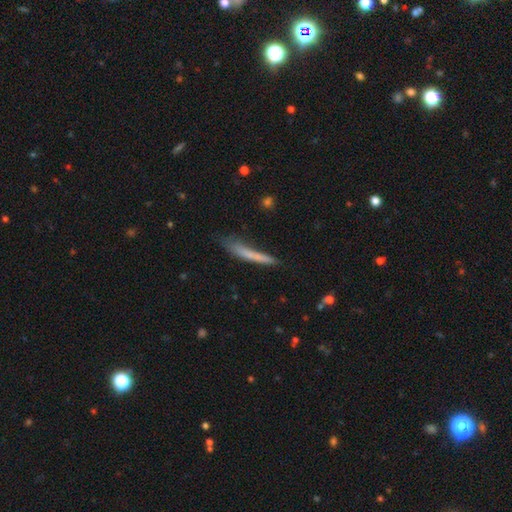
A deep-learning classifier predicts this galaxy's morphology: Smooth or featured? Predicted: smooth (p=0.68). How rounded? Predicted: cigar-shaped (p=0.95). Merging? Predicted: none (p=0.69).